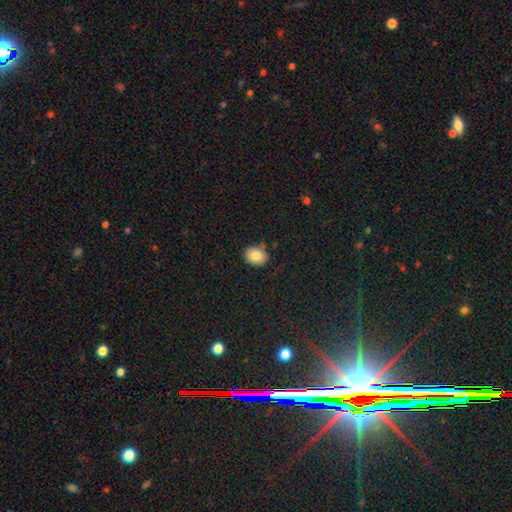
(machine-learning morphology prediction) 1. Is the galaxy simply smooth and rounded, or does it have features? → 84% smooth, 8% star or artifact, 8% featured or disk.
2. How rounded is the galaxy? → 68% in between, 31% round, 1% cigar-shaped.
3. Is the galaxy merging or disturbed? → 78% none, 15% minor disturbance, 4% merger, 3% major disturbance.